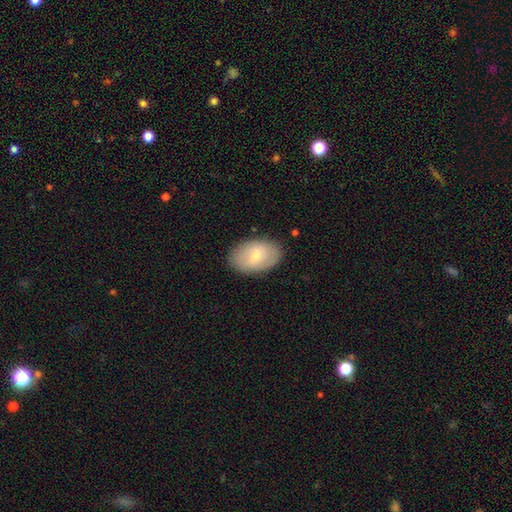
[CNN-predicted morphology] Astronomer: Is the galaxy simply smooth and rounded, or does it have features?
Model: smooth — 57% (runner-up: featured or disk, 36%).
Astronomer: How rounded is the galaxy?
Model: in between — 89%.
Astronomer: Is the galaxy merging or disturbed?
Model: none — 84%.